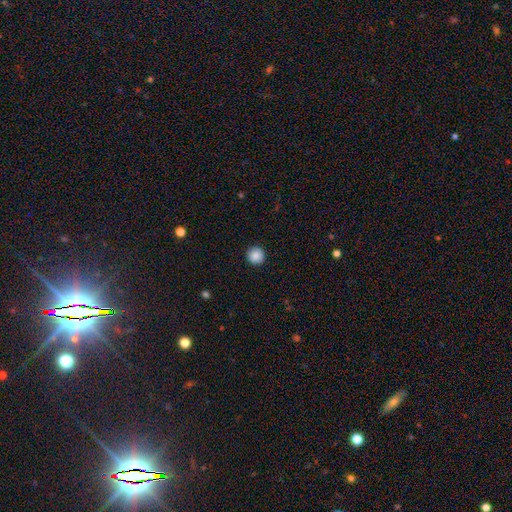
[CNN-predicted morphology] Smooth or featured: smooth — 88% (star or artifact — 9%)
How rounded: round — 96% (in between — 3%)
Merging: none — 93% (minor disturbance — 5%)